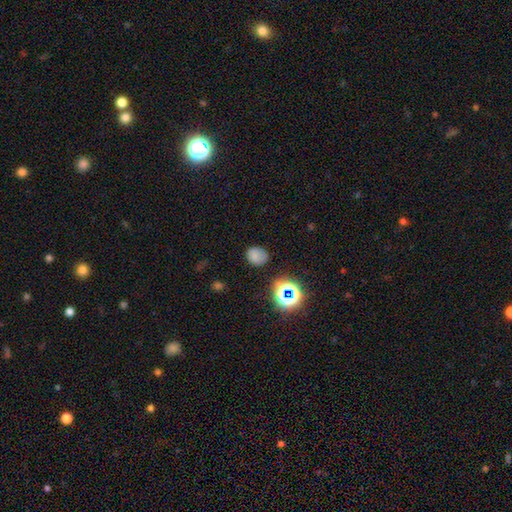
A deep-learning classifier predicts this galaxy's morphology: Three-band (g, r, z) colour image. It shows a smooth galaxy with no disk features (71%) that is round (57%). Merging: none (71%).